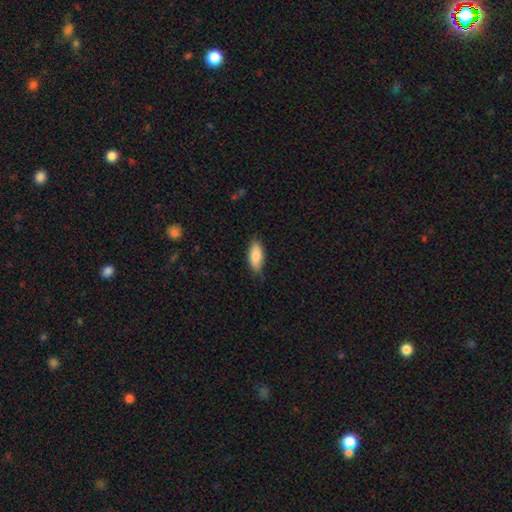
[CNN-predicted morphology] Overall: smooth (81%). How rounded: in between (82%). Merging: none (81%).